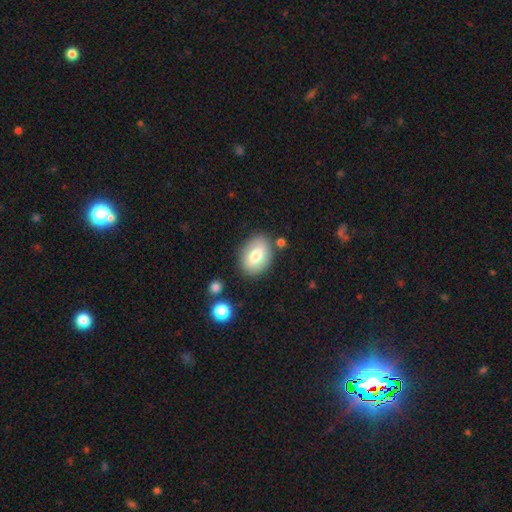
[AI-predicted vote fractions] A smooth galaxy with no disk features (74%) that is in between round and cigar-shaped (75%). Merging: none (81%).